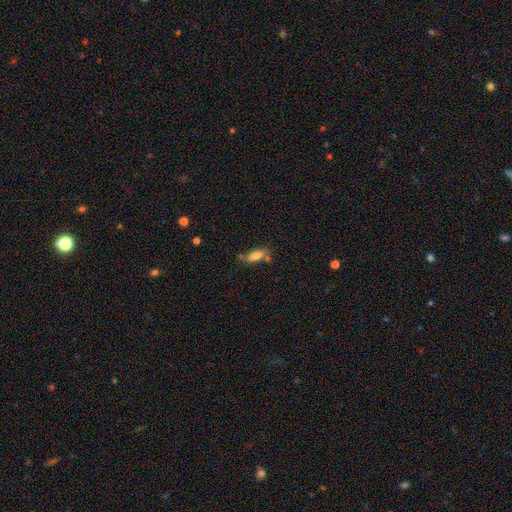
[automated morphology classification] smooth_or_featured: smooth (p=0.74) [alt: featured or disk p=0.17]
how_rounded: in between (p=0.66) [alt: cigar-shaped p=0.32]
merging: none (p=0.62) [alt: minor disturbance p=0.20]